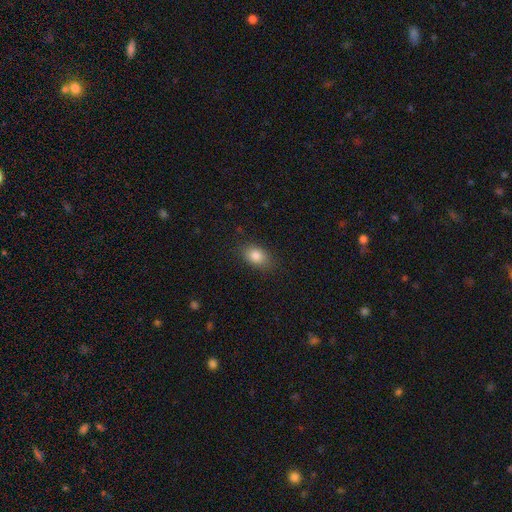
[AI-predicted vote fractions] Smooth or featured? smooth (85%)
How rounded? in between (79%)
Merging? none (82%)